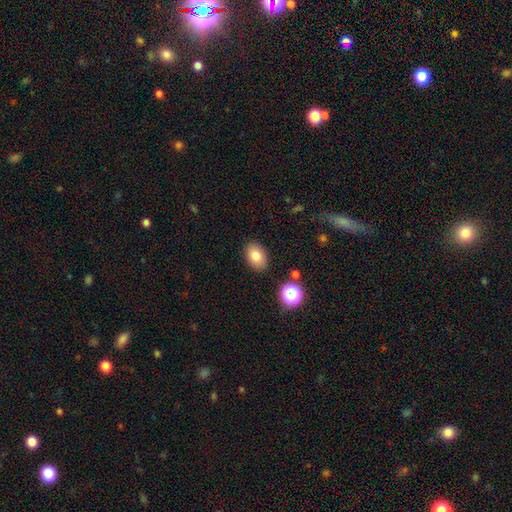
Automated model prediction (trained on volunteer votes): A smooth galaxy with no disk features (81%) that is in between round and cigar-shaped (83%). Merging: none (86%).